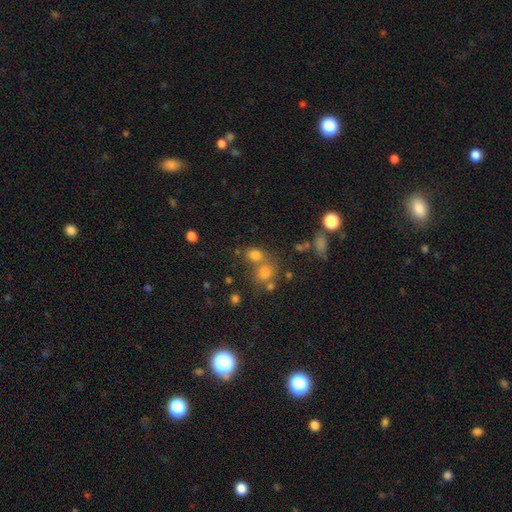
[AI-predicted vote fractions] This appears to be a smooth galaxy with no disk features (69%) that is round (63%). Merging: none (49%).